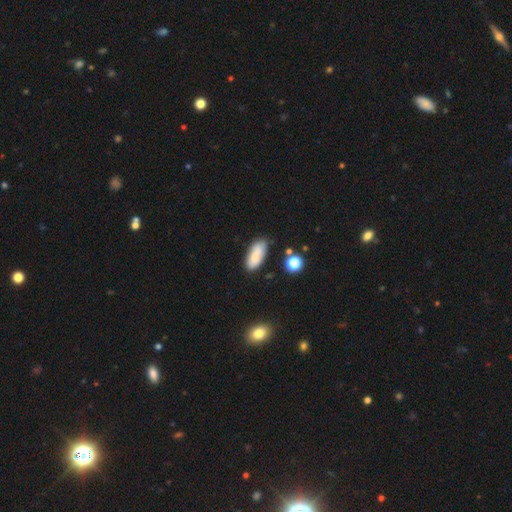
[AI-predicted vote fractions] smooth-or-featured: smooth: 78% | featured or disk: 14% | star or artifact: 8%
  how-rounded: in between: 81% | cigar-shaped: 17% | round: 3%
  merging: none: 68% | minor disturbance: 20% | merger: 7% | major disturbance: 5%